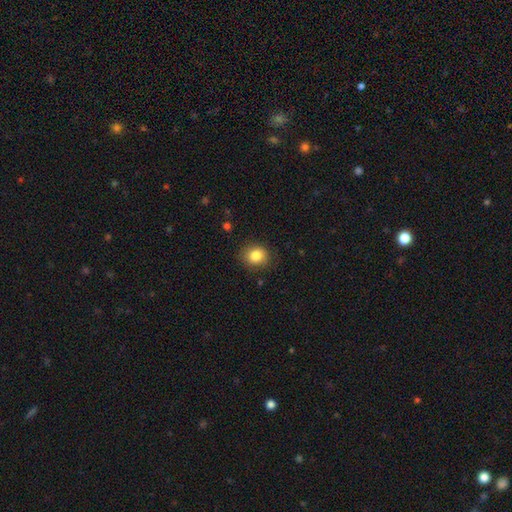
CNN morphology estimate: Overall: smooth (83%). How rounded: round (75%). Merging: none (86%).